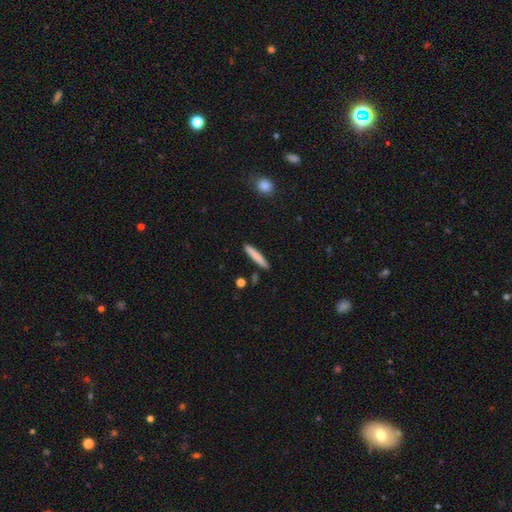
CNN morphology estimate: Overall: smooth (79%). How rounded: cigar-shaped (94%). Merging: none (89%).